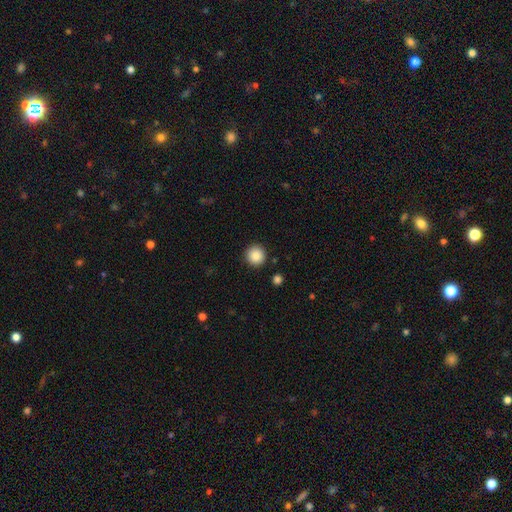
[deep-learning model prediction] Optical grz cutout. It shows a smooth galaxy with no disk features (87%) that is round (94%). Merging: none (91%).